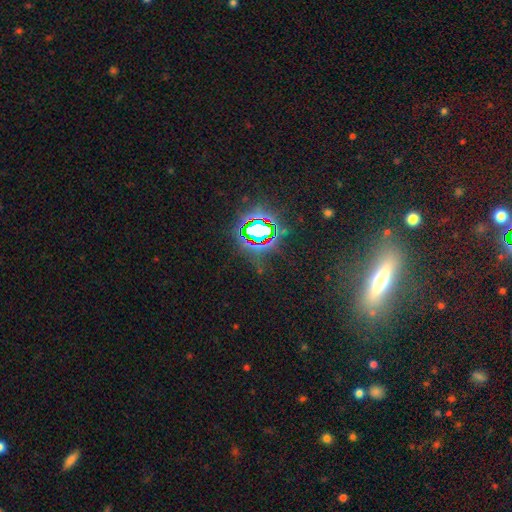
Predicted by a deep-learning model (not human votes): Smooth or featured: star or artifact — 70% (featured or disk — 15%)